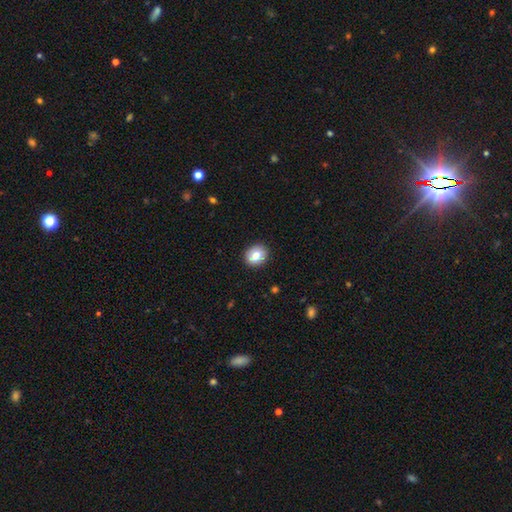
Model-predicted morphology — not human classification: Smooth or featured? smooth (79%)
How rounded? round (58%)
Merging? none (88%)